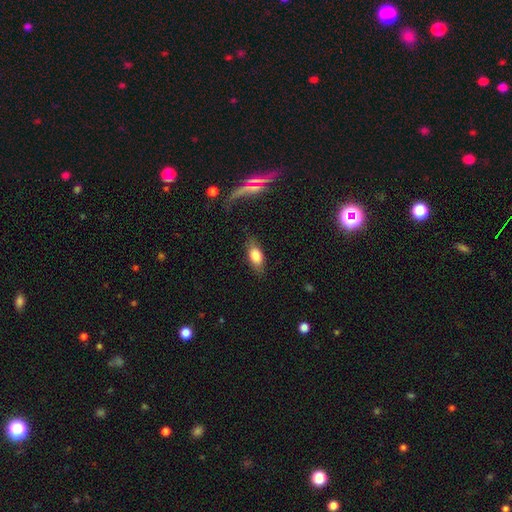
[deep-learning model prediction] smooth_or_featured: smooth (p=0.76) [alt: featured or disk p=0.15]
how_rounded: in between (p=0.82) [alt: cigar-shaped p=0.13]
merging: none (p=0.76) [alt: minor disturbance p=0.17]